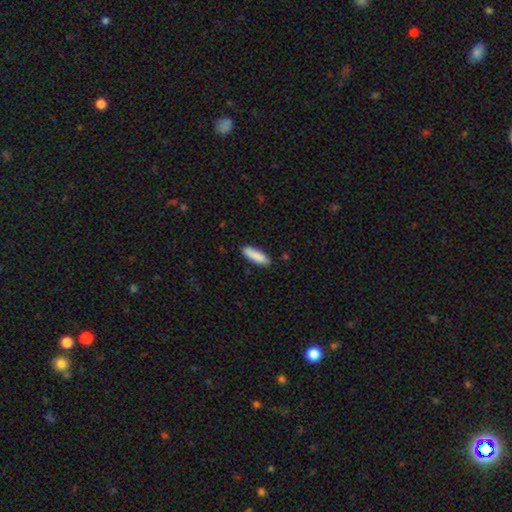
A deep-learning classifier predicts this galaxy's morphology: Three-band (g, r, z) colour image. It shows a smooth galaxy with no disk features (88%) that is cigar-shaped (59%). Merging: none (86%).